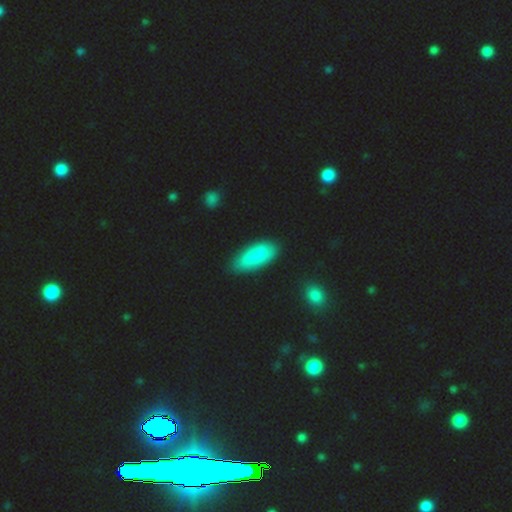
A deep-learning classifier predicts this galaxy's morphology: Smooth or featured?
  - smooth: 79% *
  - featured or disk: 12%
  - star or artifact: 9%
How rounded?
  - in between: 81% *
  - cigar-shaped: 17%
  - round: 2%
Merging?
  - none: 81% *
  - minor disturbance: 14%
  - major disturbance: 3%
  - merger: 2%